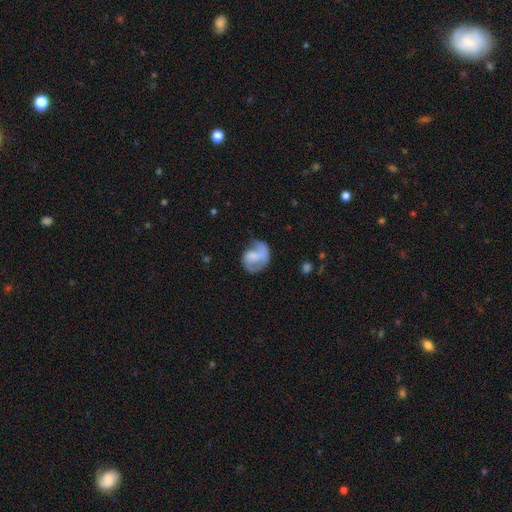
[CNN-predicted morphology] Overall: featured or disk (61%; smooth 32%). Edge-on disk: no (98%). Bar: no (50%; weak 38%). Spiral arms: yes (82%). Bulge size: none (37%; small 26%). Merging: none (47%; minor disturbance 26%).